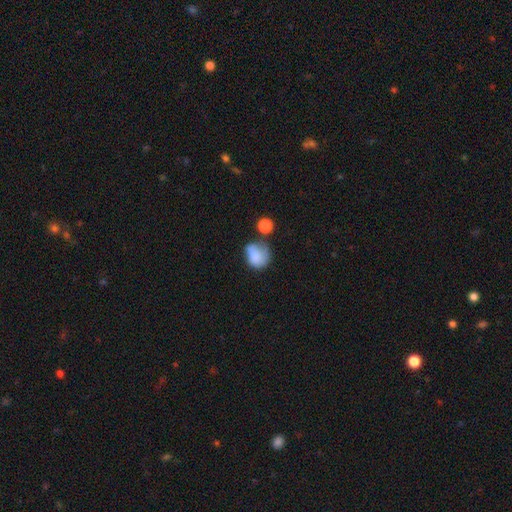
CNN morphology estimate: smooth 78%, featured or disk 13%, star or artifact 10%. Down the decision tree: how rounded — round (56%); merging — none (33%).